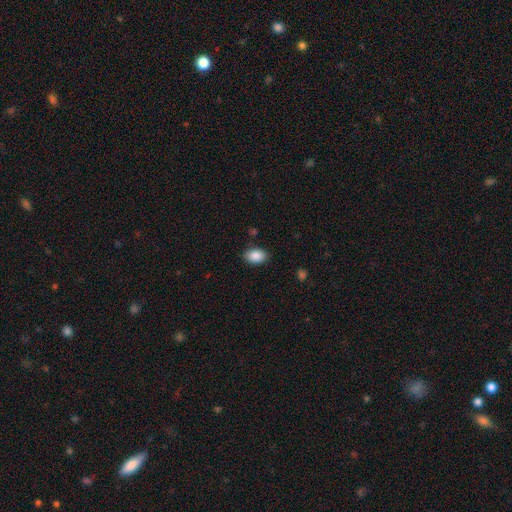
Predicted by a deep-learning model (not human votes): Q: Smooth or featured?
A: smooth (88%); runner-up: star or artifact (7%)
Q: How rounded?
A: in between (87%); runner-up: round (12%)
Q: Merging?
A: none (86%); runner-up: minor disturbance (10%)